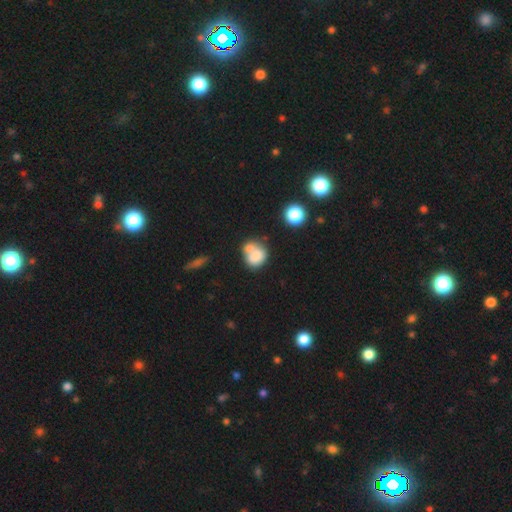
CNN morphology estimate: The model was most divided on "merging": merger: 45%, none: 32%, minor disturbance: 15%, major disturbance: 9%. More confident: smooth or featured — smooth (72%); how rounded — round (65%).